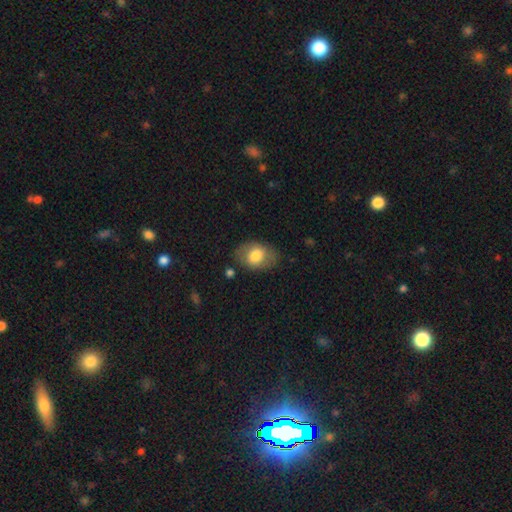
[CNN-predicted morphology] The model was most divided on "how rounded": in between: 76%, round: 23%, cigar-shaped: 1%. More confident: merging — none (75%); smooth or featured — smooth (74%).